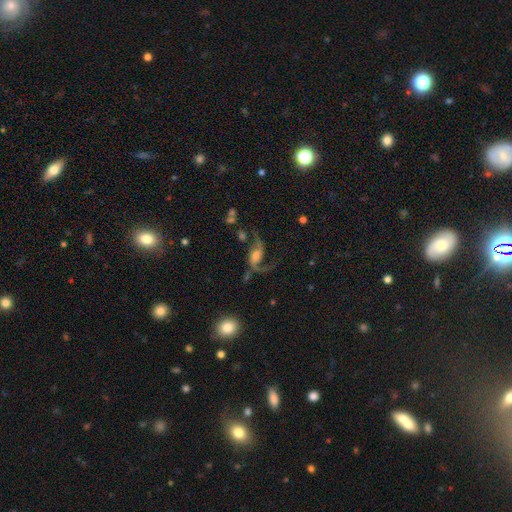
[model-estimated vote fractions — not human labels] A featured or disk galaxy (83%) with no bar (46%), 2 (88%) loose (77%) spiral arms (95%) and a moderate central bulge (41%).

Vote fractions:
- Smooth or featured? featured or disk: 83% / smooth: 9% / star or artifact: 8%
- Edge-on disk? no: 96% / yes: 4%
- Bar? no: 46% / weak: 40% / strong: 14%
- Spiral arms? yes: 95% / no: 5%
- Spiral winding? loose: 77% / medium: 19% / tight: 4%
- Spiral arm count? 2: 88% / 1: 6% / can't tell: 2% / 3: 1% / 4: 1% / more than 4: 1%
- Bulge size? moderate: 41% / small: 27% / large: 19% / none: 10% / dominant: 3%
- Merging? none: 53% / major disturbance: 24% / minor disturbance: 17% / merger: 6%